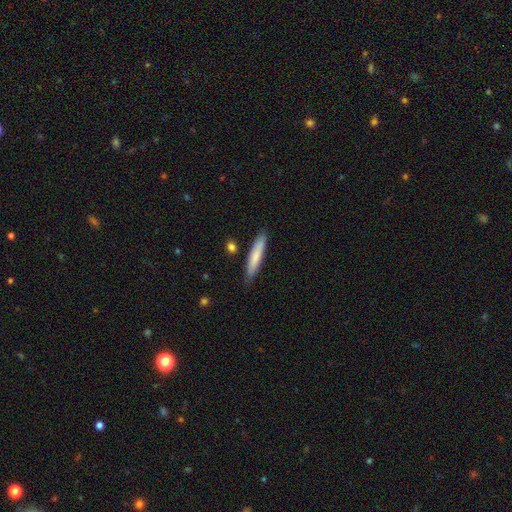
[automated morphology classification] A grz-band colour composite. It shows a smooth galaxy with no disk features (77%) that is cigar-shaped (90%). Merging: none (84%).